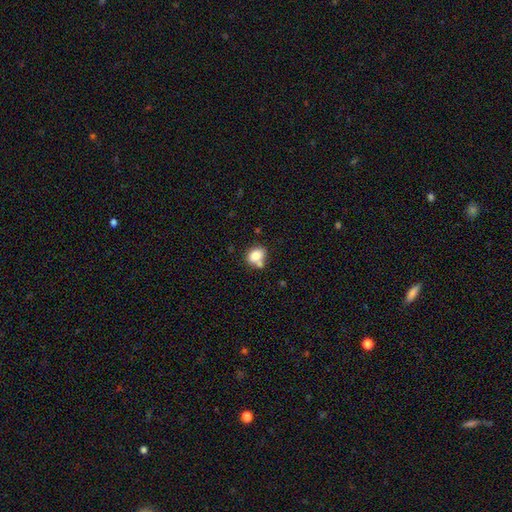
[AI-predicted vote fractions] Smooth or featured: smooth — 81% (featured or disk — 10%)
How rounded: in between — 58% (round — 41%)
Merging: none — 54% (merger — 27%)